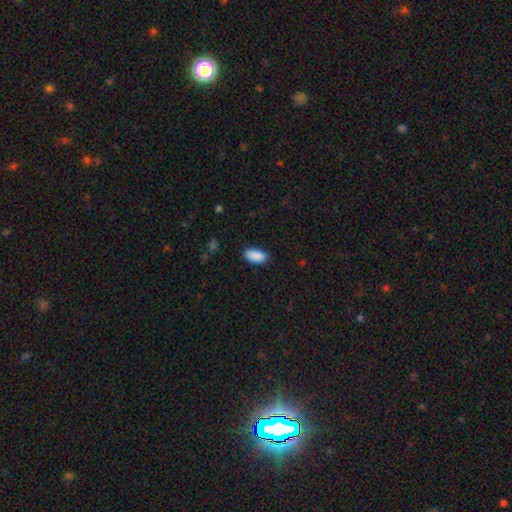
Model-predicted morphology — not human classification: Smooth or featured? smooth (90%)
How rounded? in between (93%)
Merging? none (85%)